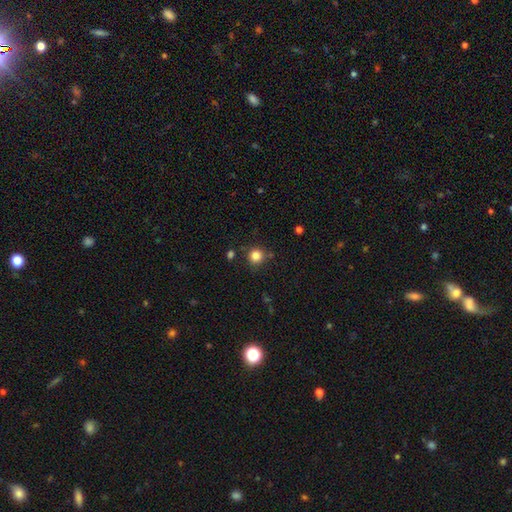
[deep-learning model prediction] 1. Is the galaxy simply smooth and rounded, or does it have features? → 83% smooth, 12% star or artifact, 5% featured or disk.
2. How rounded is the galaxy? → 92% round, 7% in between, 1% cigar-shaped.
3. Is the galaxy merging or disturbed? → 82% none, 10% minor disturbance, 5% merger, 3% major disturbance.